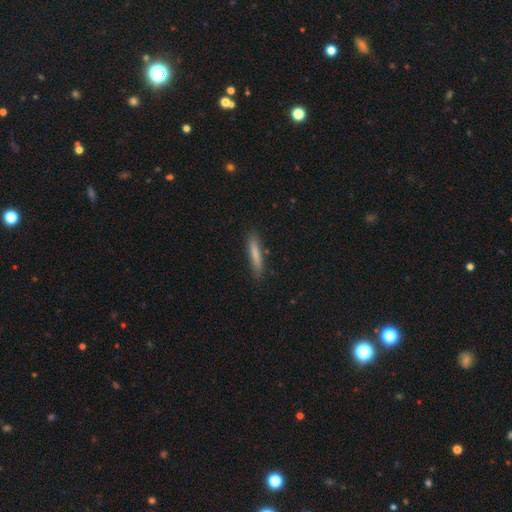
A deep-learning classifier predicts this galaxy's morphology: smooth 73%, featured or disk 19%, star or artifact 7%. Down the decision tree: how rounded — cigar-shaped (92%); merging — none (85%).